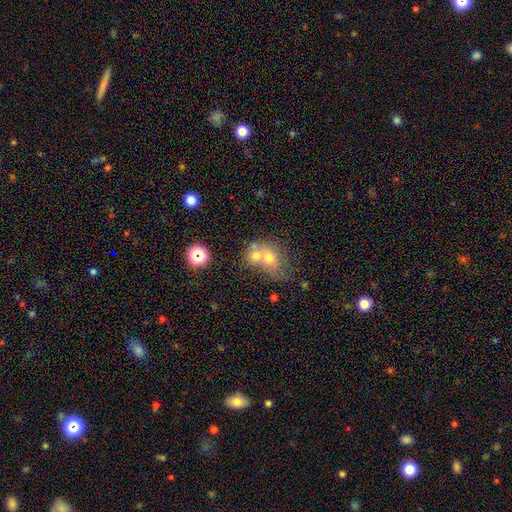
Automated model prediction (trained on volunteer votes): smooth_or_featured: smooth (p=0.63) [alt: featured or disk p=0.24]
how_rounded: round (p=0.56) [alt: in between p=0.43]
merging: merger (p=0.64) [alt: none p=0.22]